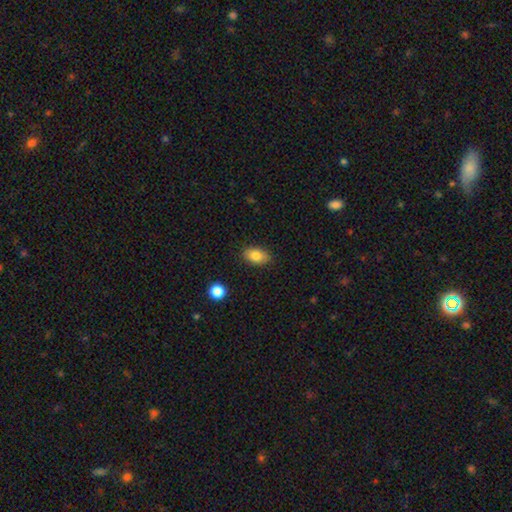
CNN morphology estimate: A smooth galaxy with no disk features (83%) that is in between round and cigar-shaped (88%).

Vote fractions:
- Smooth or featured? smooth: 83% / featured or disk: 9% / star or artifact: 8%
- How rounded? in between: 88% / round: 10% / cigar-shaped: 2%
- Merging? none: 86% / minor disturbance: 11% / major disturbance: 2% / merger: 1%